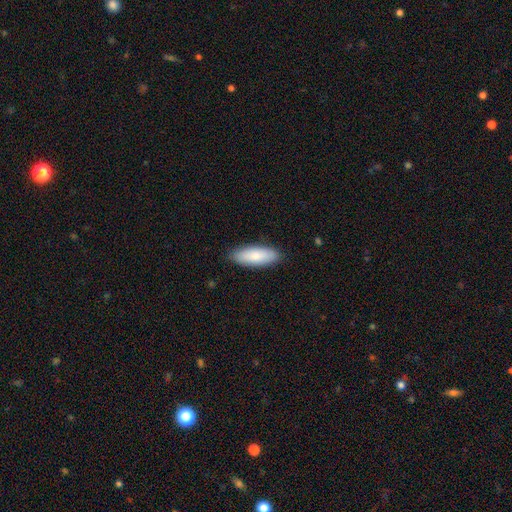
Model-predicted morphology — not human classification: Overall: smooth (80%). How rounded: in between (73%). Merging: none (88%).